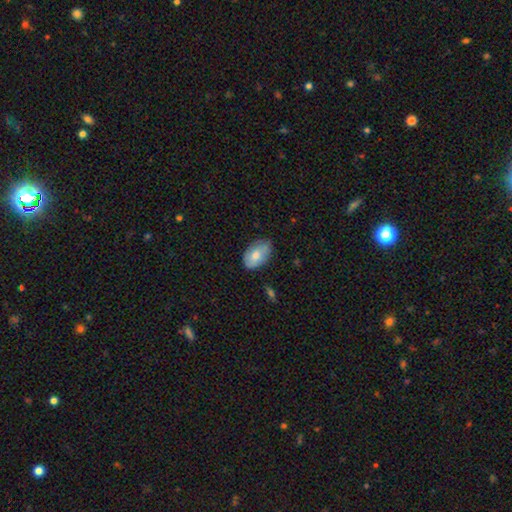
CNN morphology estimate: A smooth galaxy with no disk features (71%) that is in between round and cigar-shaped (92%). Merging: none (71%).